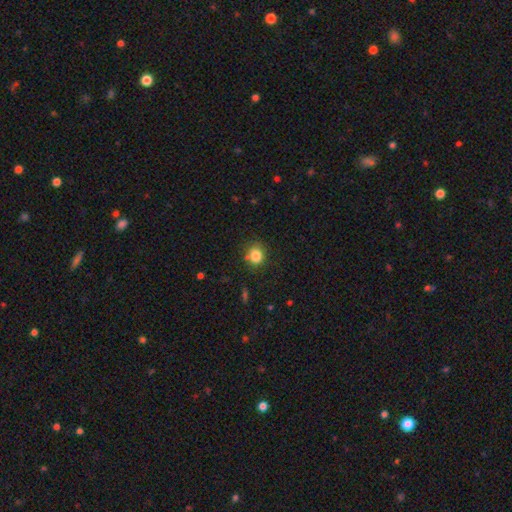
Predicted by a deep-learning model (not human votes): Smooth or featured?
  - smooth: 84% *
  - star or artifact: 11%
  - featured or disk: 6%
How rounded?
  - round: 73% *
  - in between: 26%
  - cigar-shaped: 1%
Merging?
  - none: 75% *
  - minor disturbance: 16%
  - major disturbance: 4%
  - merger: 4%